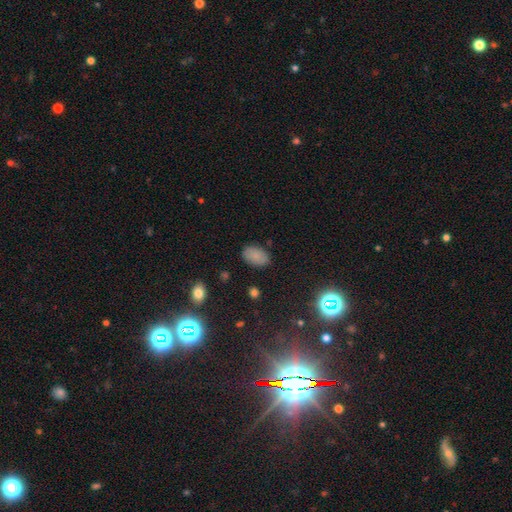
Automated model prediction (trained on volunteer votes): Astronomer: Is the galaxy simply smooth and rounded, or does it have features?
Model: smooth — 82%.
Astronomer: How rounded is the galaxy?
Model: in between — 91%.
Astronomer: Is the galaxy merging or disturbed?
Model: none — 84%.